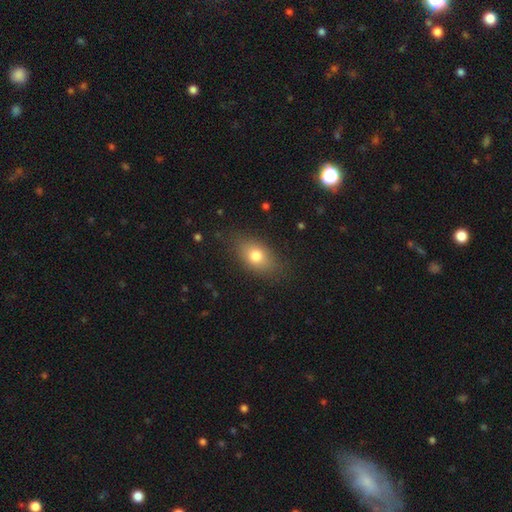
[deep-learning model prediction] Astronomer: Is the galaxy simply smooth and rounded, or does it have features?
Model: smooth — 76%.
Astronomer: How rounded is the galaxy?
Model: in between — 79%.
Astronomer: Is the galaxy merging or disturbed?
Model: none — 81%.